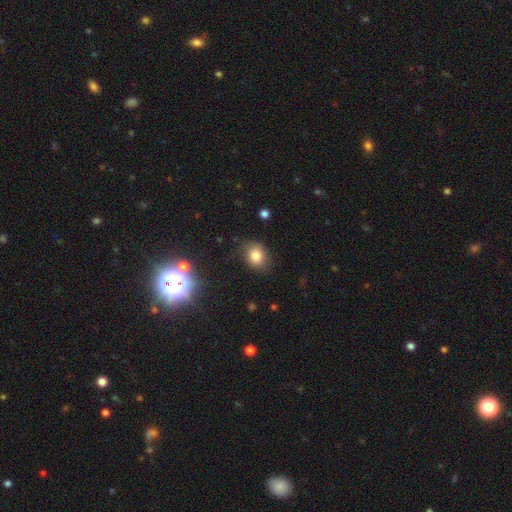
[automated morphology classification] Q: Smooth or featured?
A: smooth (80%); runner-up: star or artifact (12%)
Q: How rounded?
A: round (56%); runner-up: in between (43%)
Q: Merging?
A: none (80%); runner-up: minor disturbance (14%)